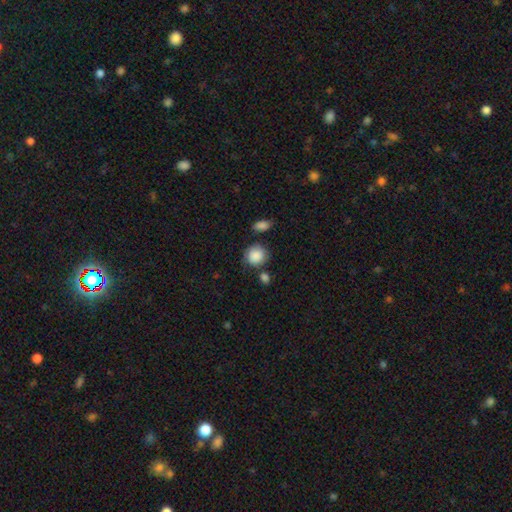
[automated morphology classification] Smooth or featured? Predicted: smooth (p=0.88). How rounded? Predicted: round (p=0.82). Merging? Predicted: none (p=0.70).